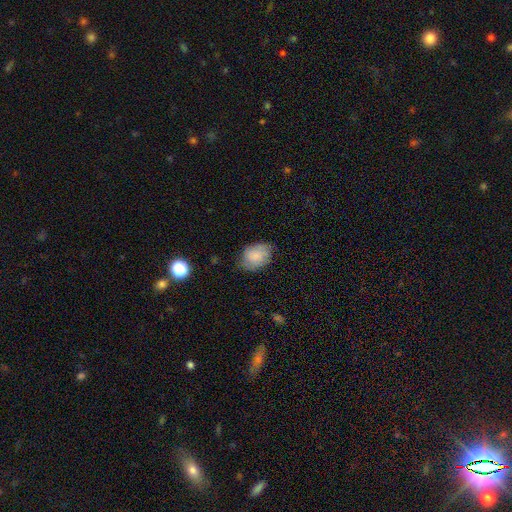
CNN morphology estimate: Smooth or featured?
  - smooth: 72% *
  - featured or disk: 20%
  - star or artifact: 8%
How rounded?
  - in between: 70% *
  - round: 29%
  - cigar-shaped: 1%
Merging?
  - none: 66% *
  - minor disturbance: 27%
  - major disturbance: 7%
  - merger: 1%